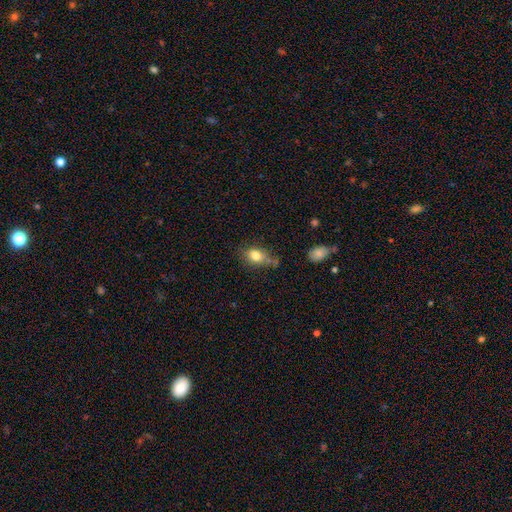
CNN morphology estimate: smooth-or-featured: smooth: 80% | featured or disk: 11% | star or artifact: 9%
  how-rounded: in between: 72% | round: 25% | cigar-shaped: 2%
  merging: none: 53% | minor disturbance: 30% | major disturbance: 10% | merger: 8%